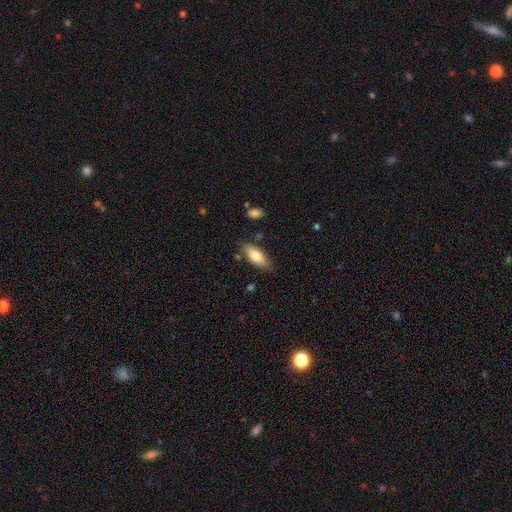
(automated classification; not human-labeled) This is likely a smooth galaxy (78%). How rounded: clearly in between (80%). Merging: clearly none (81%).